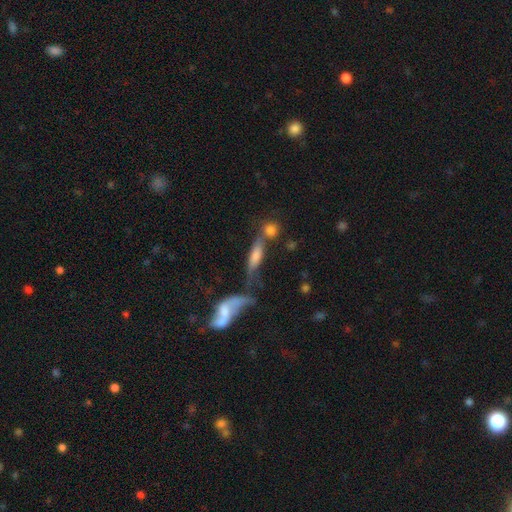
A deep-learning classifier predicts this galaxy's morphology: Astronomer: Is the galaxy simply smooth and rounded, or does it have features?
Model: featured or disk — 44% (runner-up: smooth, 43%).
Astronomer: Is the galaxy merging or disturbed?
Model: merger — 44% (runner-up: none, 29%).